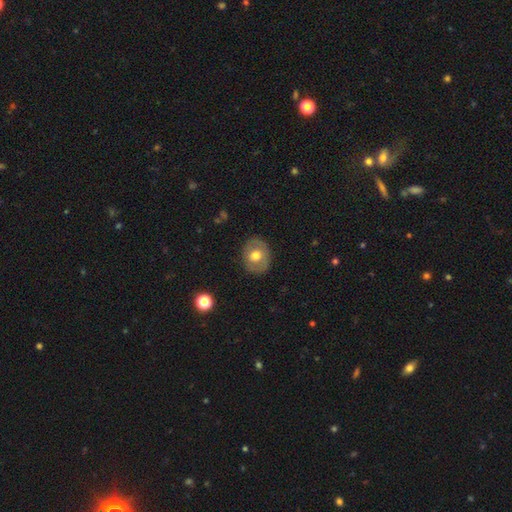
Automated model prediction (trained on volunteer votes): A smooth galaxy with no disk features (58%) that is round (59%). Merging: none (84%).